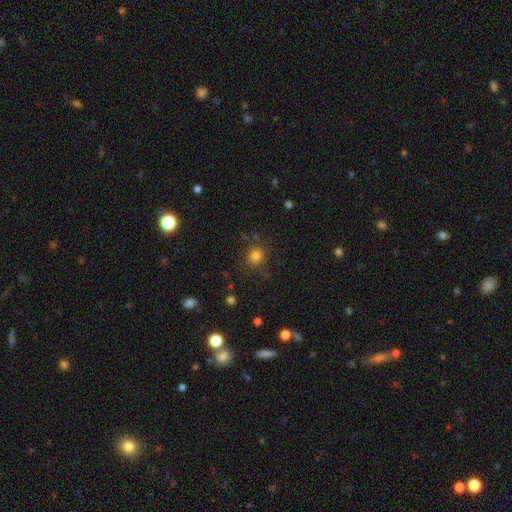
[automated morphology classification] type=smooth (80%); roundness=round (86%); merging=none (84%).